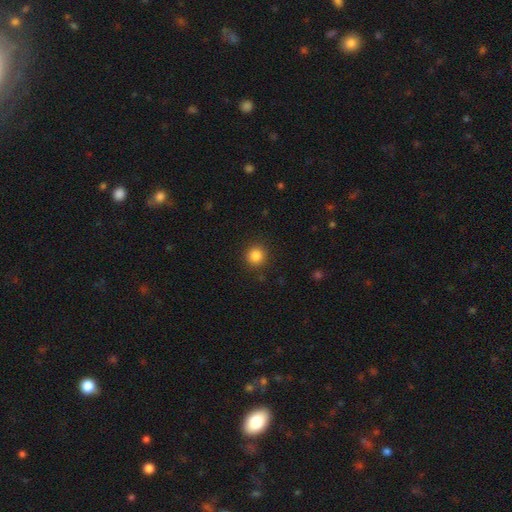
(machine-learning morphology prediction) Overall: smooth (85%). How rounded: round (93%). Merging: none (91%).